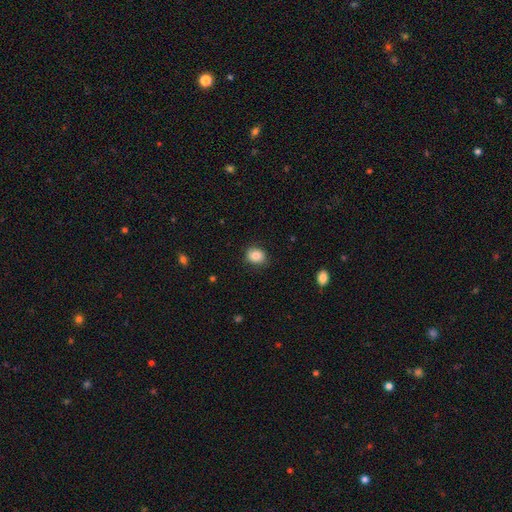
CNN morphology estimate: A smooth galaxy with no disk features (84%) that is round (62%).

Vote fractions:
- Smooth or featured? smooth: 84% / star or artifact: 9% / featured or disk: 7%
- How rounded? round: 62% / in between: 37% / cigar-shaped: 1%
- Merging? none: 85% / minor disturbance: 11% / major disturbance: 2% / merger: 1%